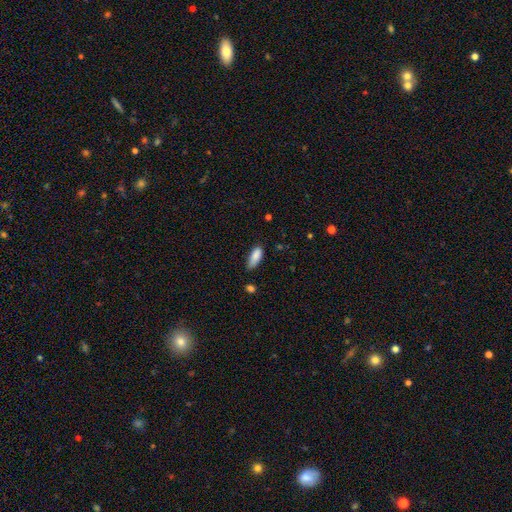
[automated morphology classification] type=smooth (86%); roundness=in between (74%); merging=none (56%).